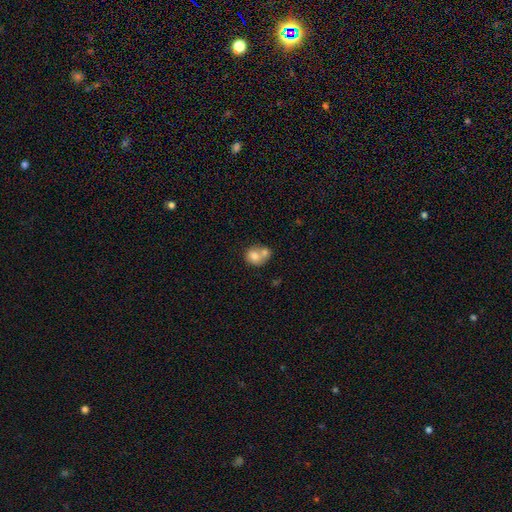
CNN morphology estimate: This appears to be a smooth galaxy with no disk features (74%) that is round (62%). Merging: merger (63%).